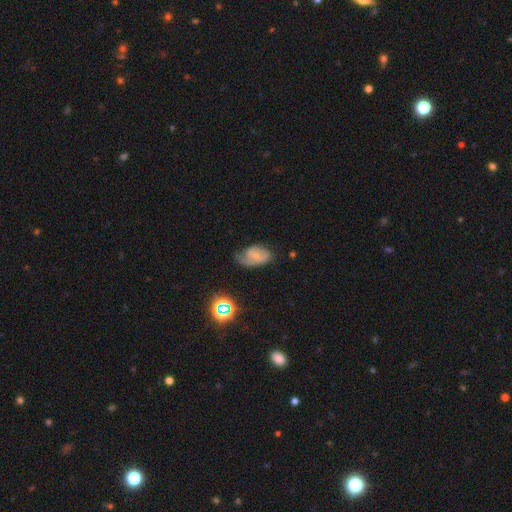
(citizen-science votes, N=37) A featured or disk galaxy (51%) with a weak bar (47%, tied with no), 1 (38%) medium (44%) spiral arms (84%) and a small central bulge (53%). Merging: none (43%).